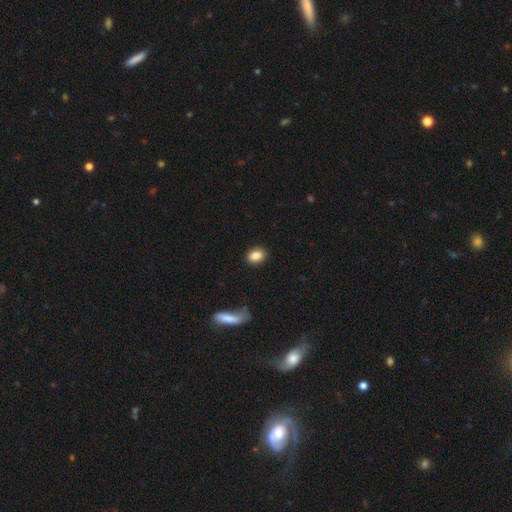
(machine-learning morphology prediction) The model was most divided on "how rounded": in between: 65%, round: 33%, cigar-shaped: 2%. More confident: merging — none (89%); smooth or featured — smooth (86%).